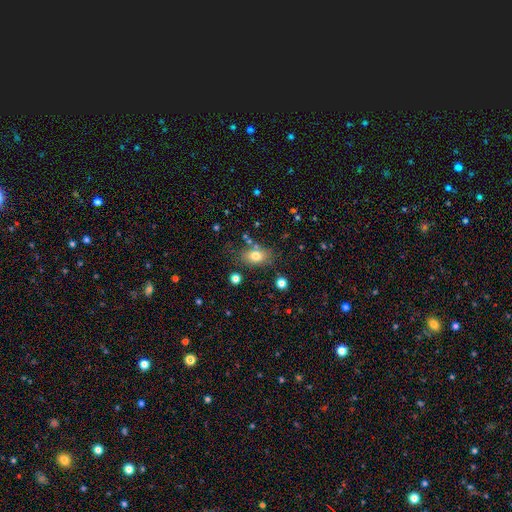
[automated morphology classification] Smooth or featured?
  - smooth: 77% *
  - featured or disk: 12%
  - star or artifact: 10%
How rounded?
  - in between: 81% *
  - round: 17%
  - cigar-shaped: 2%
Merging?
  - none: 74% *
  - minor disturbance: 15%
  - merger: 6%
  - major disturbance: 5%